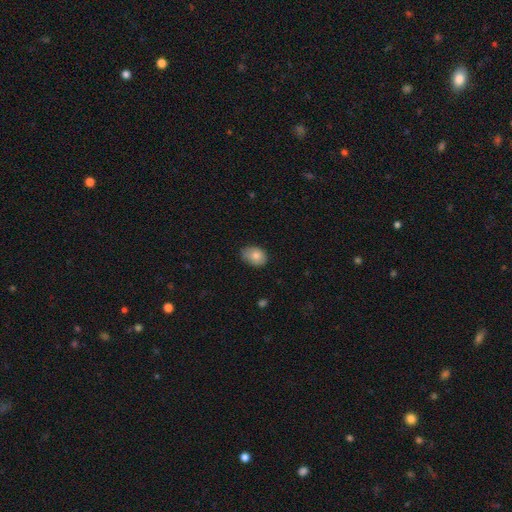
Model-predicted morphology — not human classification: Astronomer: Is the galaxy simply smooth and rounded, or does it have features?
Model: smooth — 79%.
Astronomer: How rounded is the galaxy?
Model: in between — 69%.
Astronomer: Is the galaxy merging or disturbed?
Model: none — 72%.